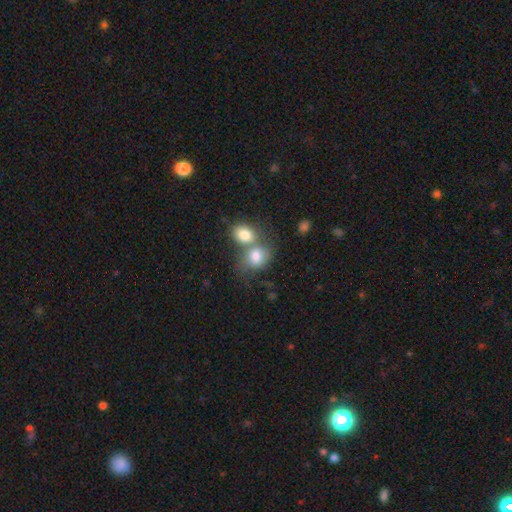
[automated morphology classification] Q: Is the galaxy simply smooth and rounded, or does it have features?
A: smooth — 79%.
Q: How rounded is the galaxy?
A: in between — 59%.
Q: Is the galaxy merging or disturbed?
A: merger — 61%.